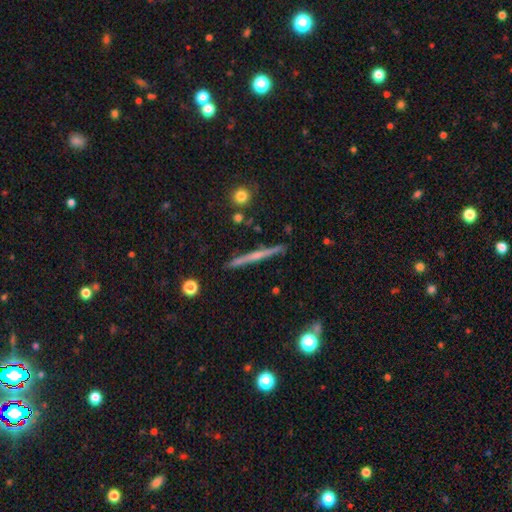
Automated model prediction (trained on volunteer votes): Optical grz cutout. It shows a featured or disk galaxy (66%) viewed edge-on (98%) with a rounded central bulge (48%). Merging: none (90%).